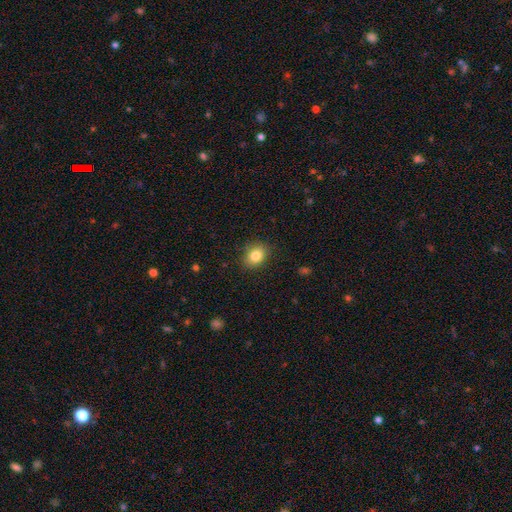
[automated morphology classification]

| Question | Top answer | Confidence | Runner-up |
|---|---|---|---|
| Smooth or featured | smooth | 84% | star or artifact (9%) |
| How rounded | in between | 56% | round (43%) |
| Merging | none | 86% | minor disturbance (10%) |